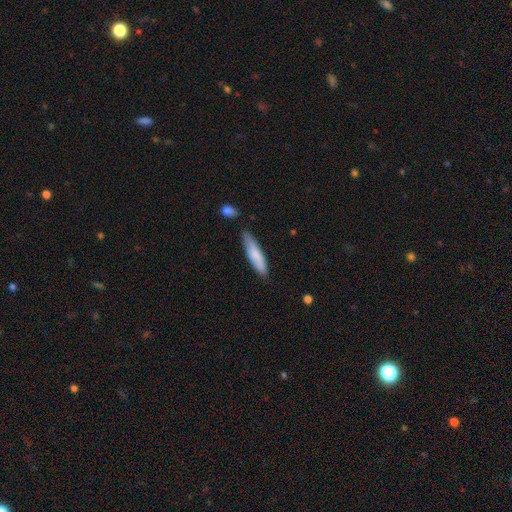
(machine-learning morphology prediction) A smooth galaxy with no disk features (77%) that is cigar-shaped (75%). Merging: none (72%).